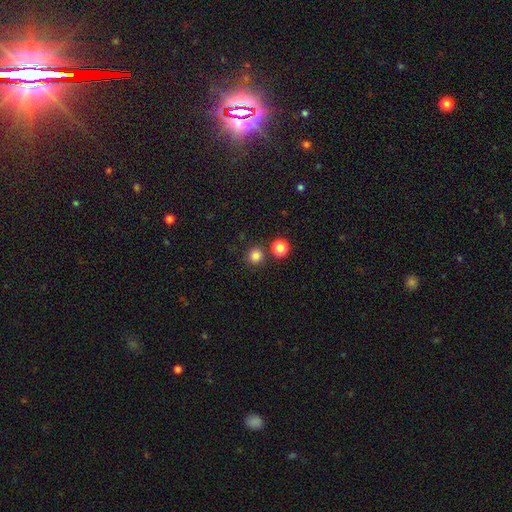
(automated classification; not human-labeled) Smooth or featured?
  - smooth: 83% *
  - star or artifact: 13%
  - featured or disk: 4%
How rounded?
  - round: 93% *
  - in between: 6%
  - cigar-shaped: 1%
Merging?
  - none: 83% *
  - merger: 8%
  - minor disturbance: 7%
  - major disturbance: 2%